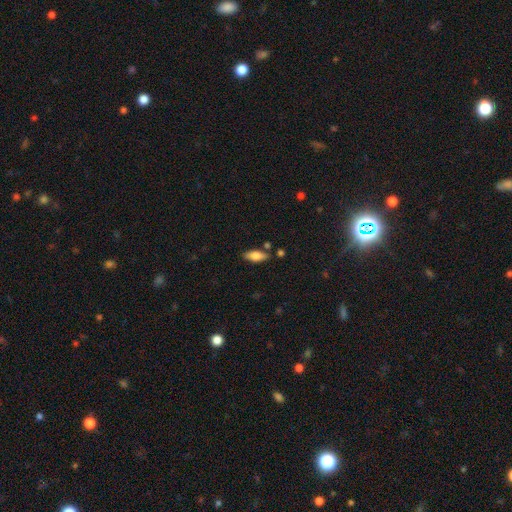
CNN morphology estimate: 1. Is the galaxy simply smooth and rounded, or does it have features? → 75% smooth, 18% featured or disk, 7% star or artifact.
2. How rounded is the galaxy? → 75% in between, 22% cigar-shaped, 2% round.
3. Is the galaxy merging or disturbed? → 79% none, 12% minor disturbance, 6% merger, 3% major disturbance.